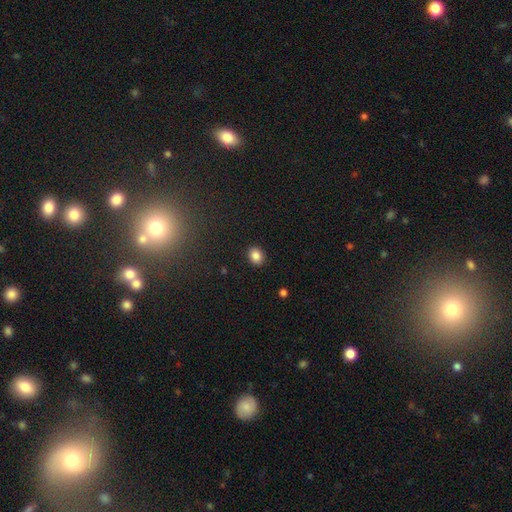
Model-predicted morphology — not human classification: The model was most divided on "how rounded": round: 52%, in between: 48%, cigar-shaped: 1%. More confident: merging — none (89%); smooth or featured — smooth (86%).